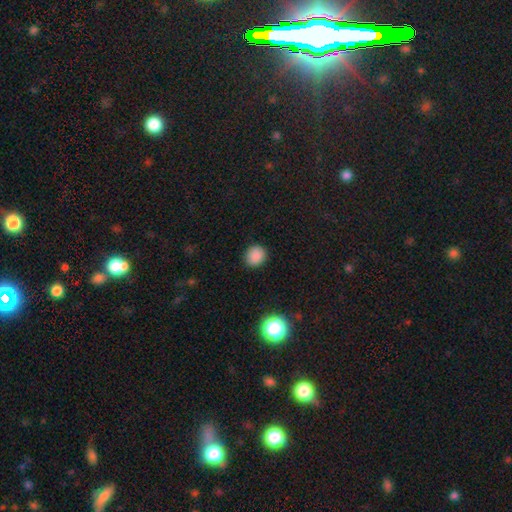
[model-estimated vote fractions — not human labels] smooth-or-featured: smooth: 86% | star or artifact: 11% | featured or disk: 3%
  how-rounded: round: 81% | in between: 18% | cigar-shaped: 1%
  merging: none: 89% | minor disturbance: 8% | major disturbance: 2% | merger: 1%